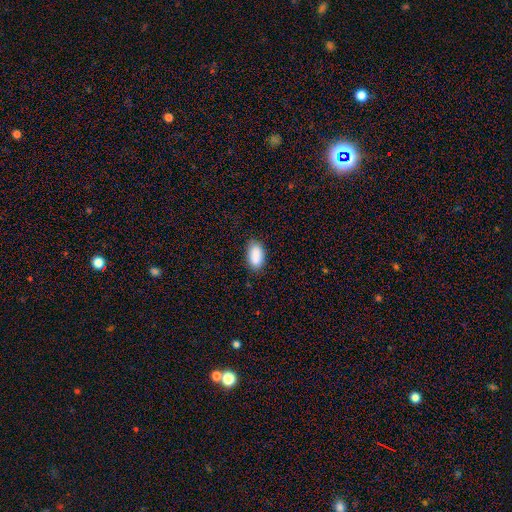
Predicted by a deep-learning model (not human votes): Smooth or featured? smooth (89%)
How rounded? in between (94%)
Merging? none (81%)